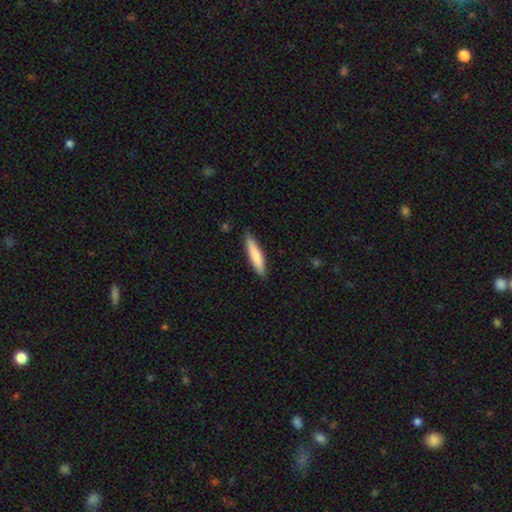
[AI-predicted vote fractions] The model was most divided on "smooth or featured": smooth: 78%, featured or disk: 17%, star or artifact: 5%. More confident: merging — none (88%); how rounded — cigar-shaped (85%).